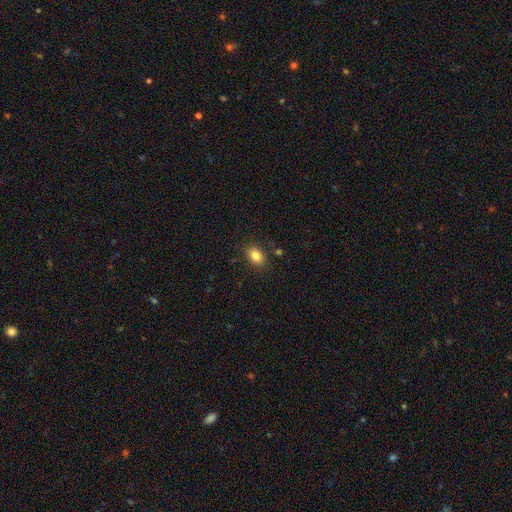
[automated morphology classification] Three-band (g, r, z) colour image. It shows a smooth galaxy with no disk features (83%) that is in between round and cigar-shaped (78%). Merging: none (85%).